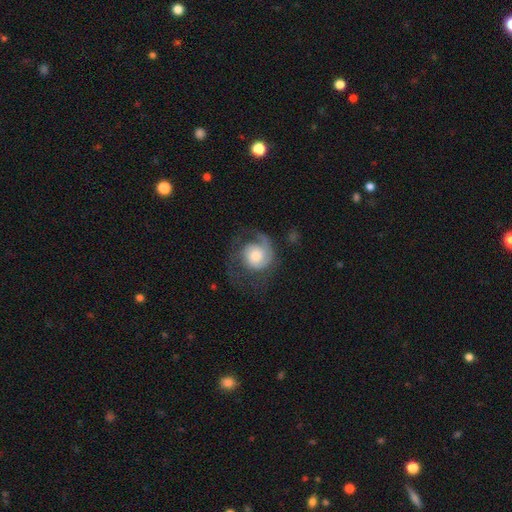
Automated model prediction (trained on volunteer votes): featured or disk 72%, smooth 22%, star or artifact 6%. Down the decision tree: edge-on disk — no (98%); bar — no (75%); spiral arms — yes (92%); spiral arm count — 1 (44%); spiral winding — medium (41%); bulge size — moderate (48%); merging — none (55%).